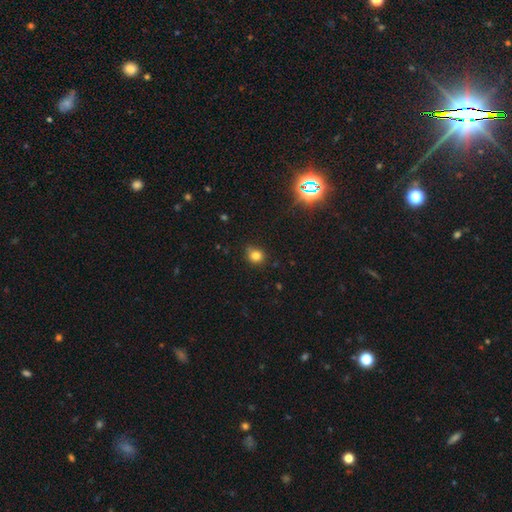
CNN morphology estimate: Smooth or featured? Predicted: smooth (p=0.81). How rounded? Predicted: round (p=0.77). Merging? Predicted: none (p=0.77).